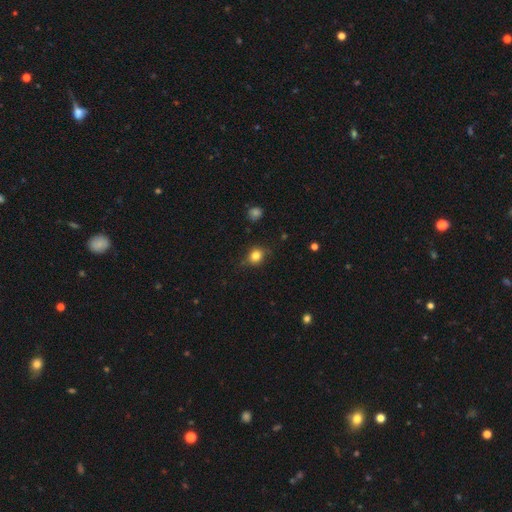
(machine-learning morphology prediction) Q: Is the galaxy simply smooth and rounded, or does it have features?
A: smooth — 82%.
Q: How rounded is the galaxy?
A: round — 73%.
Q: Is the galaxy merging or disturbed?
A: none — 79%.